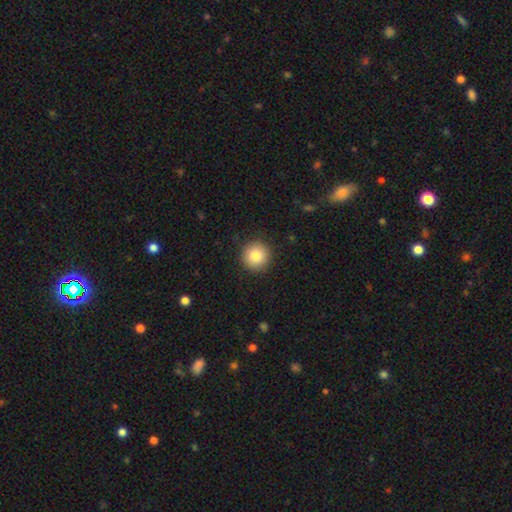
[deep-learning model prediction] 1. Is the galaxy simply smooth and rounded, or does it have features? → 85% smooth, 8% star or artifact, 6% featured or disk.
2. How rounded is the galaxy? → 95% round, 4% in between, 1% cigar-shaped.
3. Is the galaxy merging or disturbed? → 91% none, 6% minor disturbance, 2% major disturbance, 1% merger.